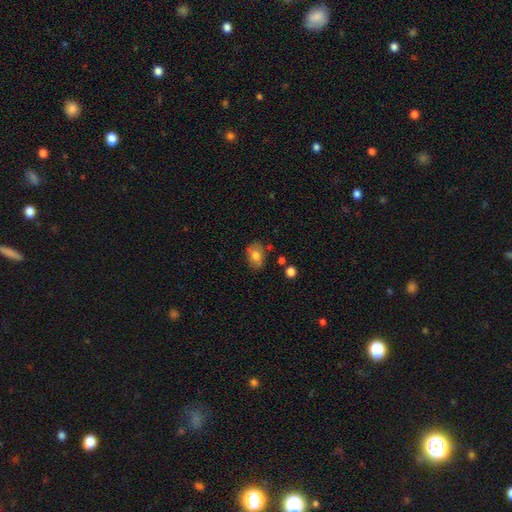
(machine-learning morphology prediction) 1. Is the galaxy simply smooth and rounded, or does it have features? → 72% smooth, 19% featured or disk, 9% star or artifact.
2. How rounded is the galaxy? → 71% in between, 28% round, 1% cigar-shaped.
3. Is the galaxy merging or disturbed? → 73% none, 18% minor disturbance, 4% merger, 4% major disturbance.